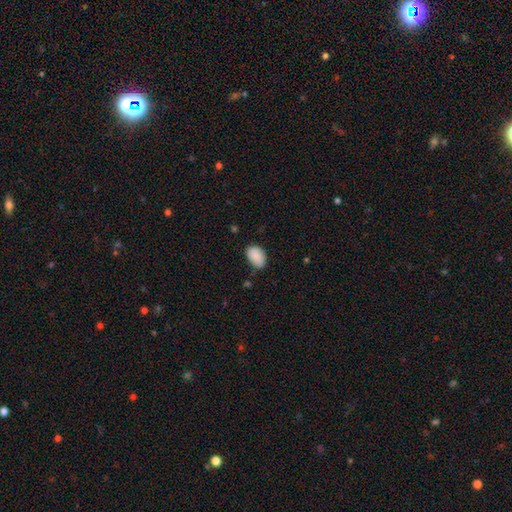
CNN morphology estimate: smooth_or_featured: smooth (p=0.89) [alt: star or artifact p=0.07]
how_rounded: in between (p=0.88) [alt: round p=0.11]
merging: none (p=0.67) [alt: minor disturbance p=0.26]